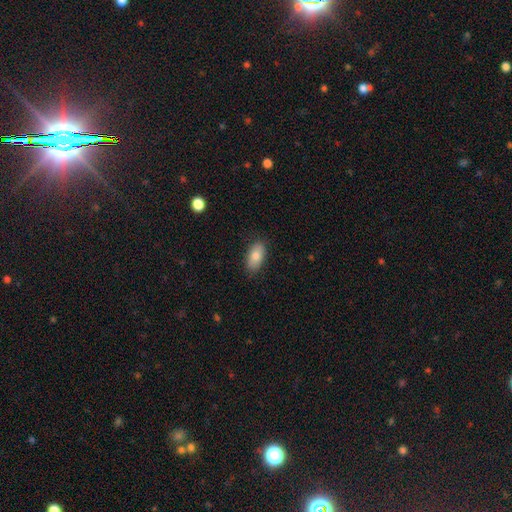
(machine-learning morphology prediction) Overall: smooth (82%). How rounded: in between (91%). Merging: none (87%).